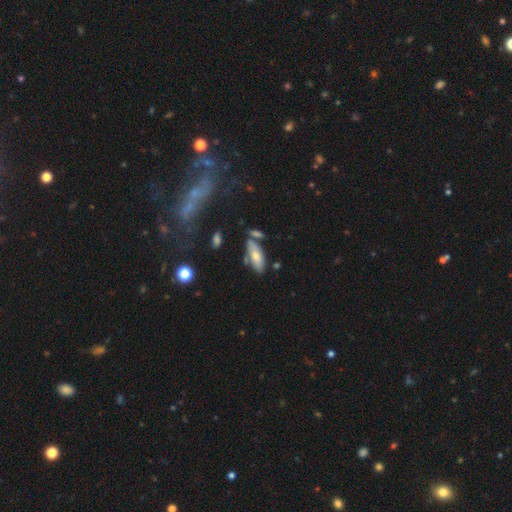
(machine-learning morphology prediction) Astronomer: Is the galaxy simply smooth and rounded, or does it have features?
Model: smooth — 67%.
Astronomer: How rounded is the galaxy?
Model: in between — 75%.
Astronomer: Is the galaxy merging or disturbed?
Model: none — 62%.